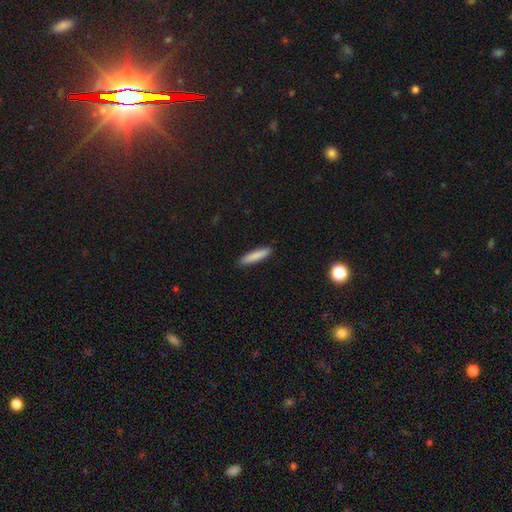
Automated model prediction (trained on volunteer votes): Smooth or featured? smooth (86%)
How rounded? cigar-shaped (85%)
Merging? none (89%)